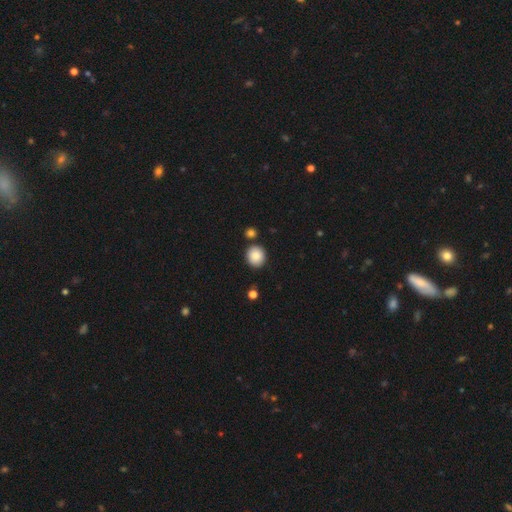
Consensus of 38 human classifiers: A smooth galaxy with no disk features (89%) that is round (71%). Merging: none (91%).